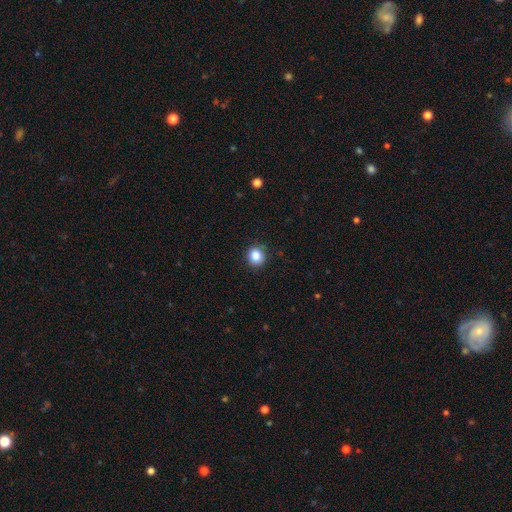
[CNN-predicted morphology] The model was most divided on "how rounded": round: 87%, in between: 12%, cigar-shaped: 1%. More confident: merging — none (88%); smooth or featured — smooth (85%).